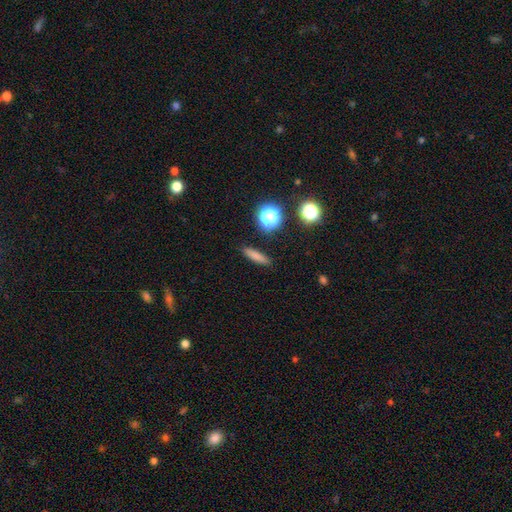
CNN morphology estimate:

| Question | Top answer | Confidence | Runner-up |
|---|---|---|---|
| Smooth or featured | smooth | 77% | star or artifact (13%) |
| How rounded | cigar-shaped | 73% | in between (19%) |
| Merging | none | 88% | minor disturbance (8%) |